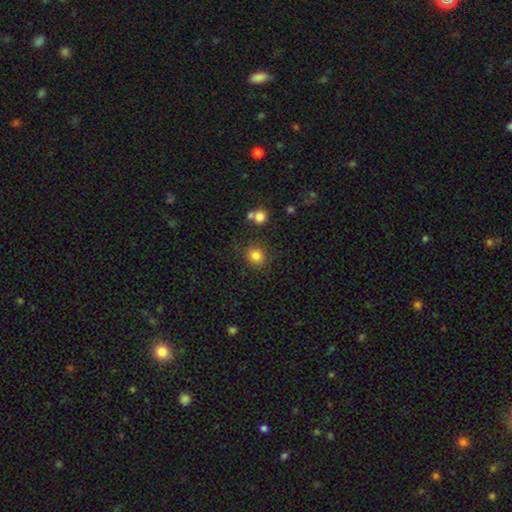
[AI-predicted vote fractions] A smooth galaxy with no disk features (83%) that is round (86%). Merging: none (83%).